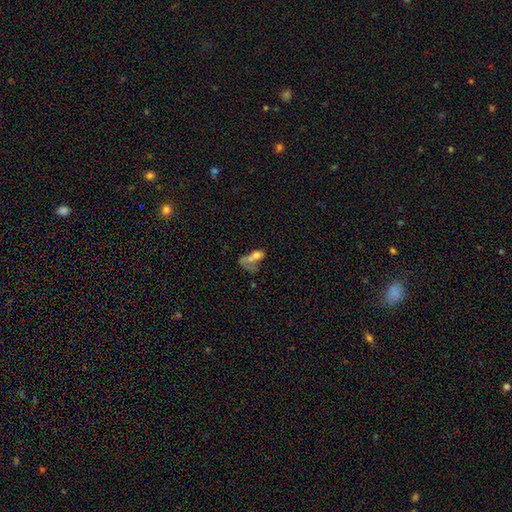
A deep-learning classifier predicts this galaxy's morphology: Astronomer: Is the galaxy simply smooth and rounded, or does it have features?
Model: smooth — 56% (runner-up: featured or disk, 31%).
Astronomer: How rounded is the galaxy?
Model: in between — 74%.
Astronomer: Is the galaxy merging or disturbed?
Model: merger — 54%.